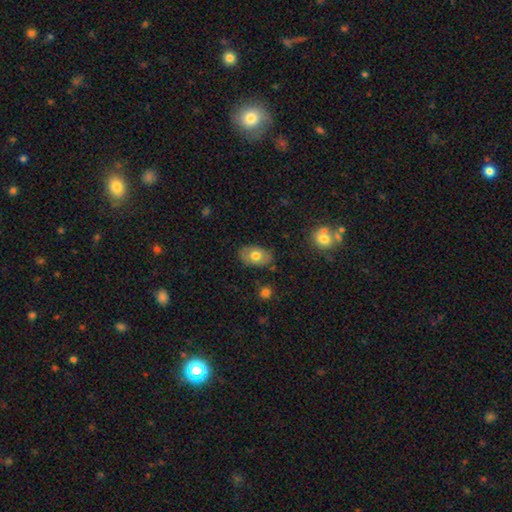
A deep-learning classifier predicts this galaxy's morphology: A smooth galaxy with no disk features (71%) that is in between round and cigar-shaped (87%). Merging: none (81%).